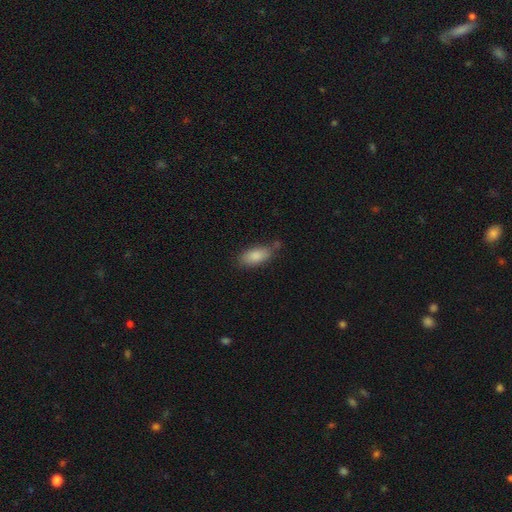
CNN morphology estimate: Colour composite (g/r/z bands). It shows a smooth galaxy with no disk features (86%) that is in between round and cigar-shaped (87%). Merging: none (66%).